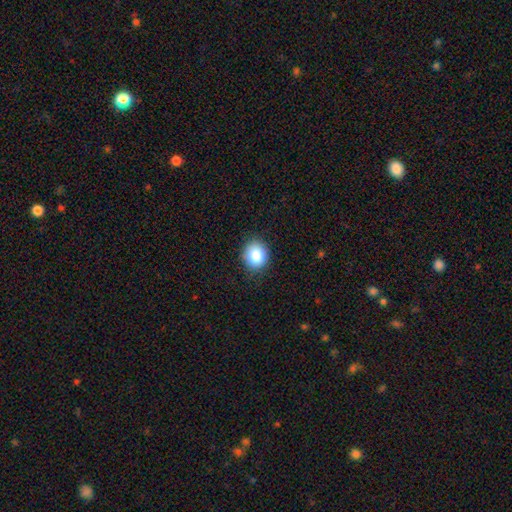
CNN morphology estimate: smooth-or-featured: smooth: 86% | star or artifact: 9% | featured or disk: 5%
  how-rounded: round: 78% | in between: 21% | cigar-shaped: 1%
  merging: none: 88% | minor disturbance: 9% | major disturbance: 2% | merger: 1%